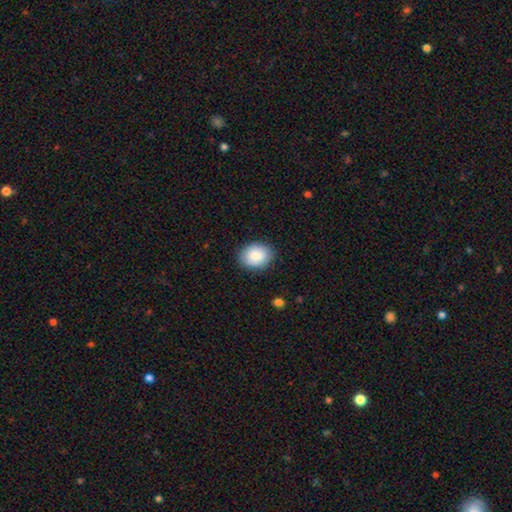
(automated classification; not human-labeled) Q: Smooth or featured?
A: smooth (86%); runner-up: featured or disk (7%)
Q: How rounded?
A: in between (60%); runner-up: round (39%)
Q: Merging?
A: none (87%); runner-up: minor disturbance (10%)